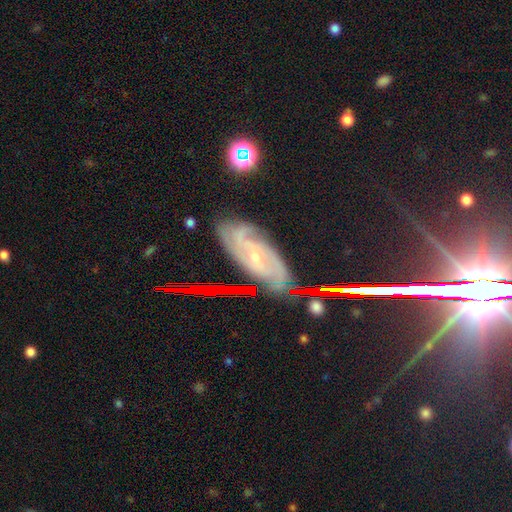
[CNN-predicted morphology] This is likely a featured or disk galaxy (79%). It is clearly not viewed edge-on (90%). Bar: marginally no (45%). Spiral arm pattern: clearly yes (97%). Spiral arm count: marginally can't tell (26%). Spiral winding: likely tight (63%). Central bulge: clearly small (80%). Merging: likely none (77%).